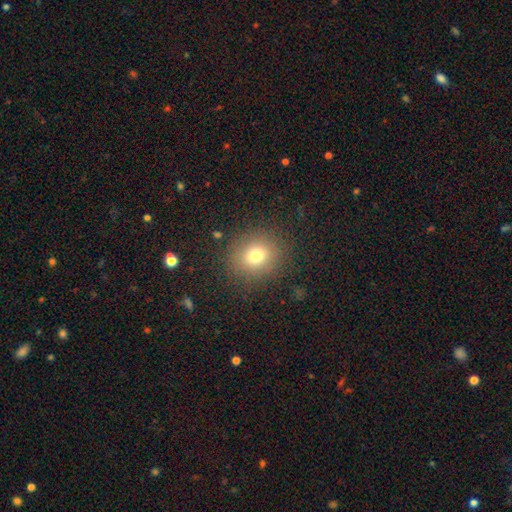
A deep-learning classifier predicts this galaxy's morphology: This appears to be a smooth galaxy with no disk features (74%) that is round (79%). Merging: none (86%).